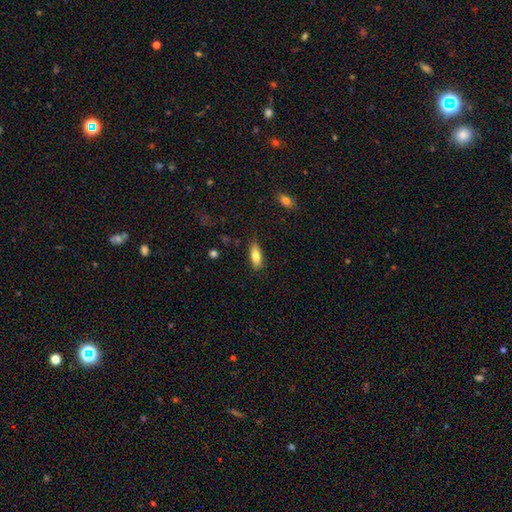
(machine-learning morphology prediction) A smooth galaxy with no disk features (79%) that is in between round and cigar-shaped (69%).

Vote fractions:
- Smooth or featured? smooth: 79% / featured or disk: 15% / star or artifact: 7%
- How rounded? in between: 69% / cigar-shaped: 29% / round: 2%
- Merging? none: 83% / minor disturbance: 13% / major disturbance: 3% / merger: 1%